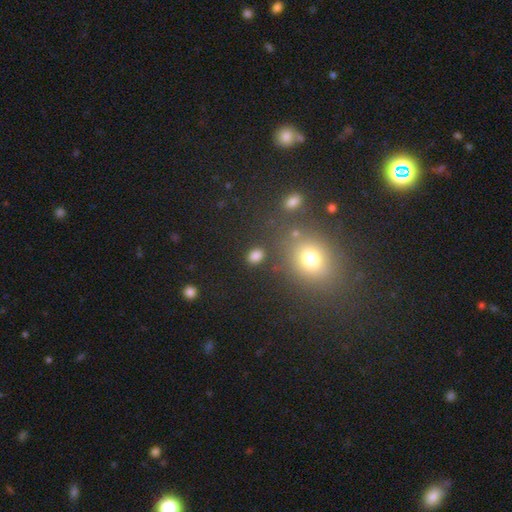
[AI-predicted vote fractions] smooth_or_featured: smooth (p=0.81) [alt: star or artifact p=0.14]
how_rounded: in between (p=0.62) [alt: round p=0.36]
merging: none (p=0.84) [alt: minor disturbance p=0.09]